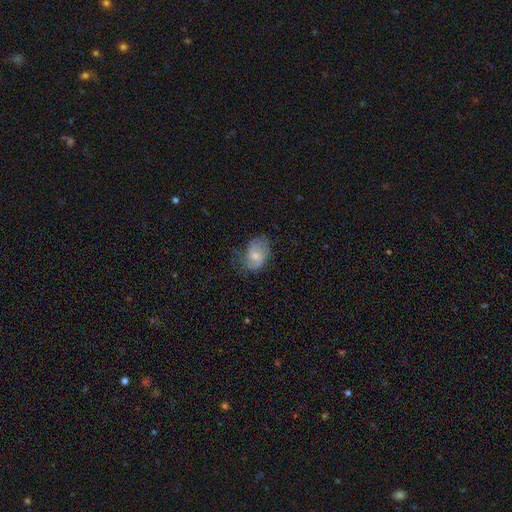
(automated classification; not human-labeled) smooth_or_featured: smooth (p=0.47) [alt: featured or disk p=0.45]
merging: none (p=0.54) [alt: minor disturbance p=0.29]